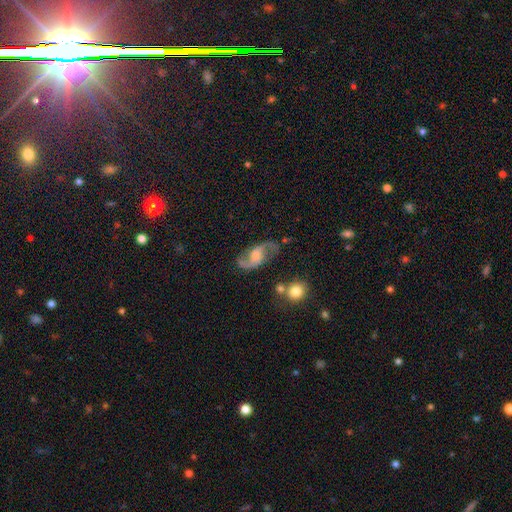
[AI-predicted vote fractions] The model was most divided on "bar": no: 52%, weak: 39%, strong: 9%. More confident: edge-on disk — no (97%); spiral arms — yes (96%); spiral arm count — 2 (93%); smooth or featured — featured or disk (87%); merging — none (76%); spiral winding — loose (57%); bulge size — moderate (56%).